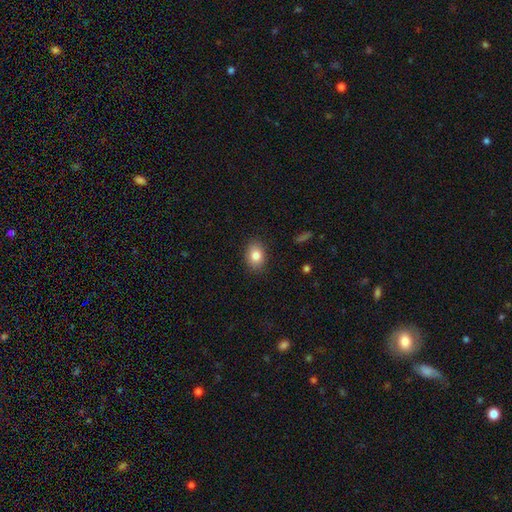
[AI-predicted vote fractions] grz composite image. It shows a smooth galaxy with no disk features (84%) that is in between round and cigar-shaped (68%). Merging: none (87%).